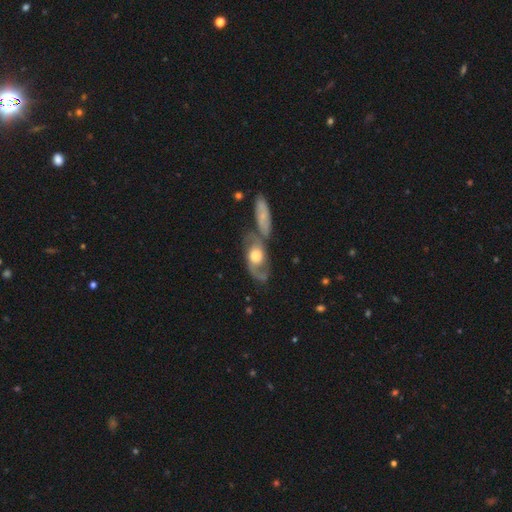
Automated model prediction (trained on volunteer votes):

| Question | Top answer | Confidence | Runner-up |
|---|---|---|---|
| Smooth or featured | featured or disk | 72% | smooth (22%) |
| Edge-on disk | no | 90% | yes (10%) |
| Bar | no | 74% | weak (21%) |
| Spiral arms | yes | 85% | no (15%) |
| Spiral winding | loose | 45% | medium (41%) |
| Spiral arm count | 2 | 82% | 1 (8%) |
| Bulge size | moderate | 48% | large (39%) |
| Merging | none | 38% | merger (31%) |